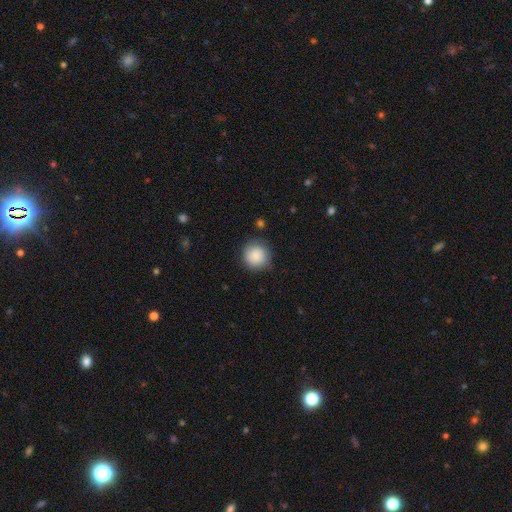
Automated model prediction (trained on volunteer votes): Smooth or featured? smooth (88%)
How rounded? round (94%)
Merging? none (86%)